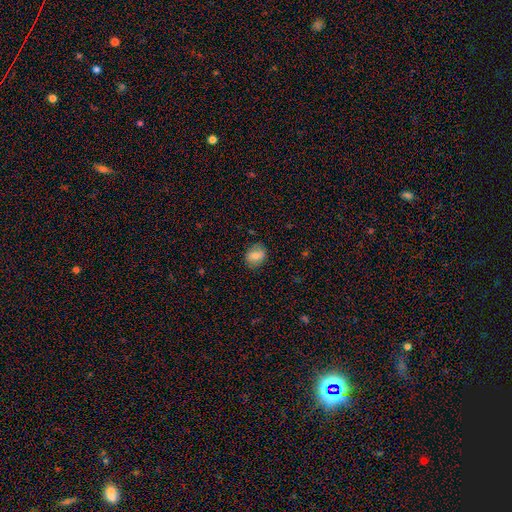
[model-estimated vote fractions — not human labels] A smooth galaxy with no disk features (76%) that is in between round and cigar-shaped (52%).

Vote fractions:
- Smooth or featured? smooth: 76% / featured or disk: 16% / star or artifact: 8%
- How rounded? in between: 52% / round: 47% / cigar-shaped: 1%
- Merging? none: 79% / minor disturbance: 16% / major disturbance: 4% / merger: 1%